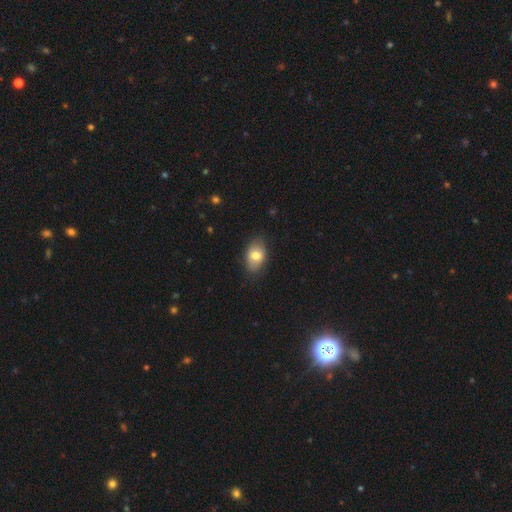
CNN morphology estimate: Q: Smooth or featured?
A: smooth (74%); runner-up: featured or disk (19%)
Q: How rounded?
A: in between (86%); runner-up: round (13%)
Q: Merging?
A: none (79%); runner-up: minor disturbance (17%)